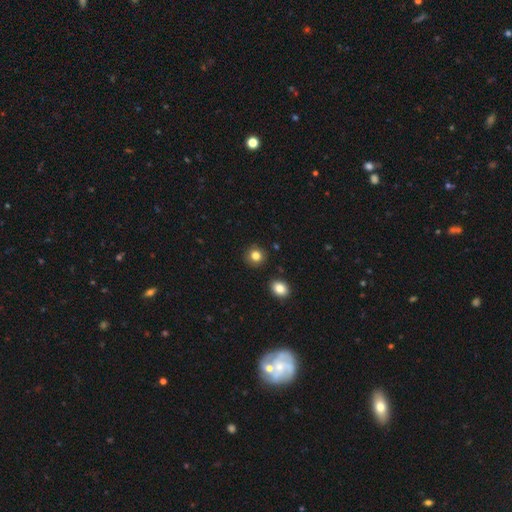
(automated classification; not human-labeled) This is clearly a smooth galaxy (83%). How rounded: clearly round (86%). Merging: clearly none (88%).